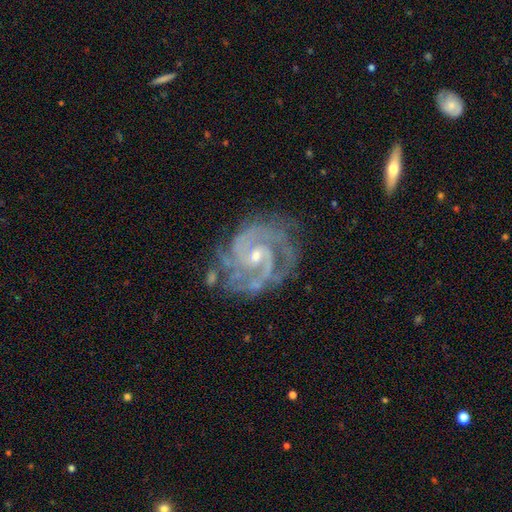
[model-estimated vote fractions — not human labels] A featured or disk galaxy (92%) with no bar (47%), 2 (50%) tight (59%) spiral arms (99%) and a small central bulge (60%).

Vote fractions:
- Smooth or featured? featured or disk: 92% / star or artifact: 5% / smooth: 3%
- Edge-on disk? no: 98% / yes: 2%
- Bar? no: 47% / weak: 41% / strong: 12%
- Spiral arms? yes: 99% / no: 1%
- Spiral winding? tight: 59% / medium: 37% / loose: 4%
- Spiral arm count? 2: 50% / 3: 25% / can't tell: 9% / 4: 7% / more than 4: 5% / 1: 4%
- Bulge size? small: 60% / moderate: 36% / none: 1% / large: 1% / dominant: 1%
- Merging? none: 69% / minor disturbance: 20% / major disturbance: 8% / merger: 3%